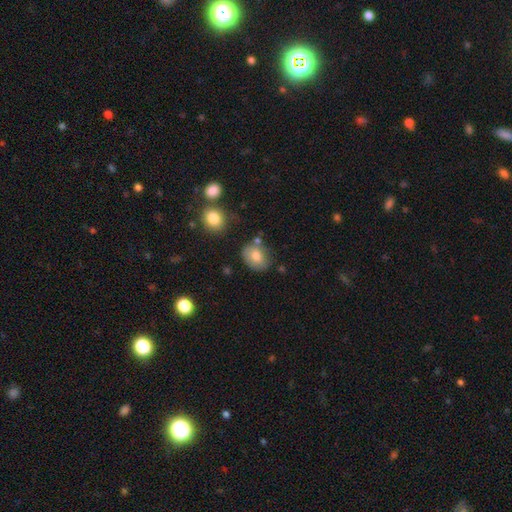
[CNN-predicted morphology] A smooth galaxy with no disk features (76%) that is in between round and cigar-shaped (60%). Merging: none (67%).